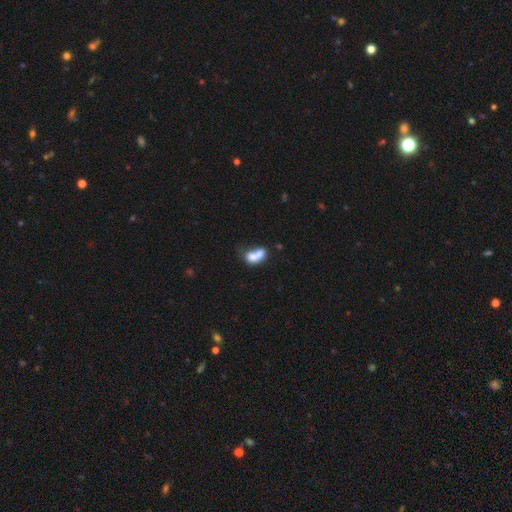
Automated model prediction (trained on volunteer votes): Smooth or featured? Predicted: smooth (p=0.70). How rounded? Predicted: in between (p=0.78). Merging? Predicted: merger (p=0.51).